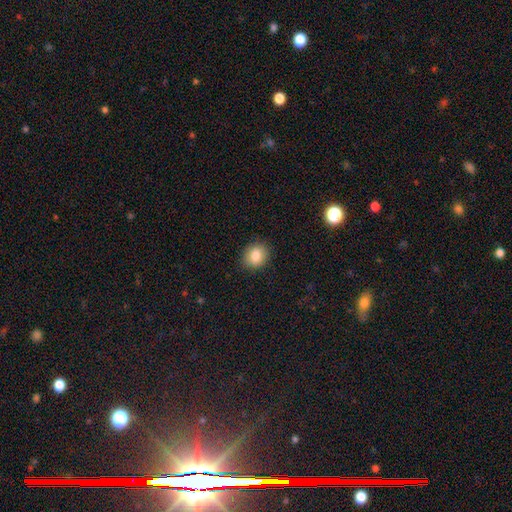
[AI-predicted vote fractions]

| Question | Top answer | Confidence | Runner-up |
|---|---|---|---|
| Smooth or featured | smooth | 83% | star or artifact (9%) |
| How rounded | round | 63% | in between (36%) |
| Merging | none | 88% | minor disturbance (9%) |